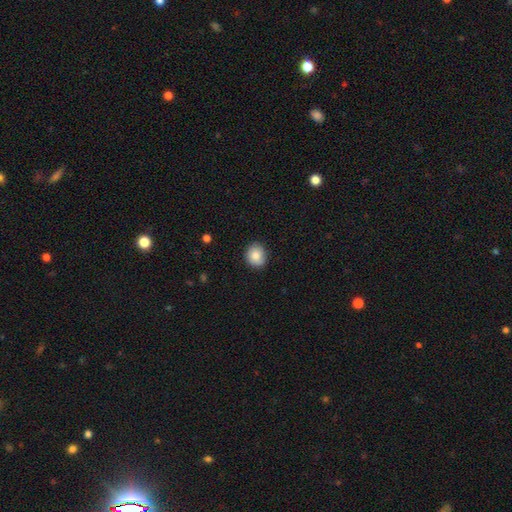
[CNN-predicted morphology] Smooth or featured? smooth (85%)
How rounded? round (78%)
Merging? none (86%)